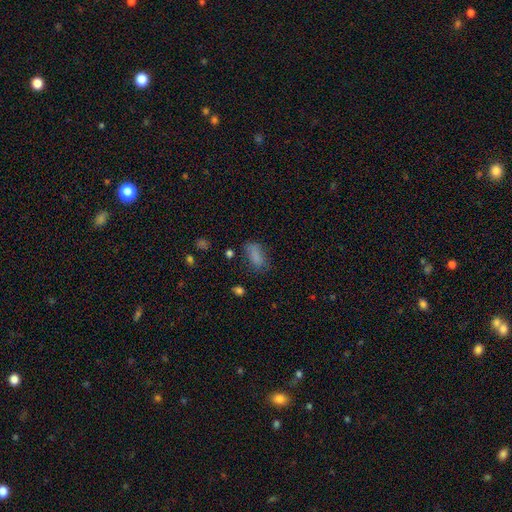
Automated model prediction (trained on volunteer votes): The model was most divided on "merging": none: 60%, minor disturbance: 25%, major disturbance: 11%, merger: 4%. More confident: how rounded — in between (86%); smooth or featured — smooth (80%).